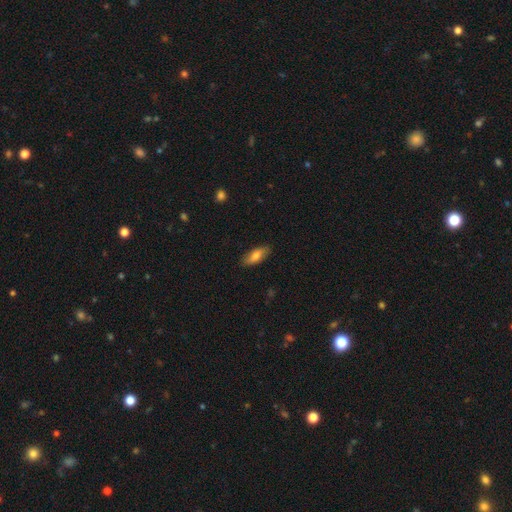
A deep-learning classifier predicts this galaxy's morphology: This is likely a smooth galaxy (72%). How rounded: likely in between (72%). Merging: clearly none (84%).